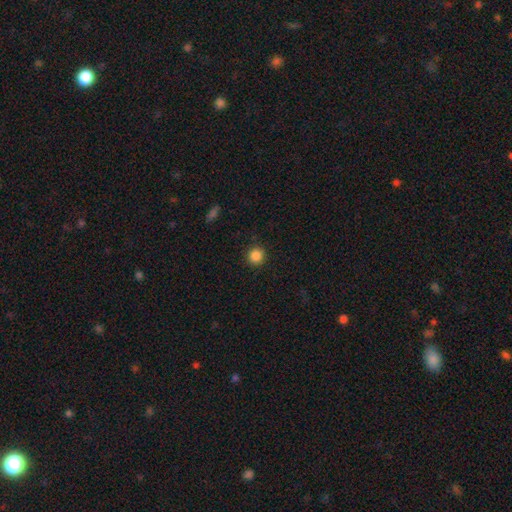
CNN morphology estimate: The model was most divided on "smooth or featured": smooth: 86%, star or artifact: 10%, featured or disk: 3%. More confident: how rounded — round (92%); merging — none (91%).